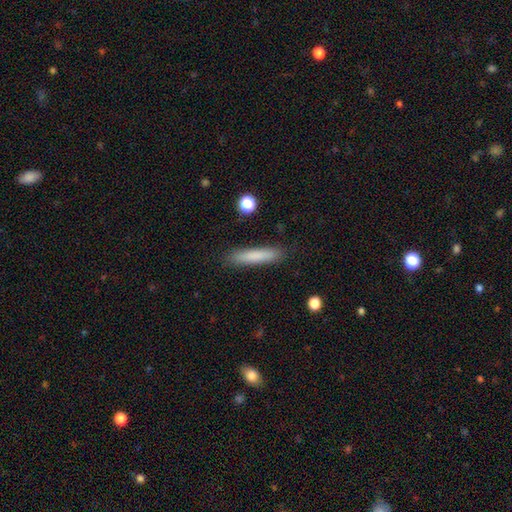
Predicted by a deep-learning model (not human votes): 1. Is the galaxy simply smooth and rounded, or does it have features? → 81% smooth, 13% featured or disk, 7% star or artifact.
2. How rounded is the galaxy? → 89% cigar-shaped, 9% in between, 1% round.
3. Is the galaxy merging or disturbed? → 88% none, 9% minor disturbance, 2% major disturbance, 1% merger.